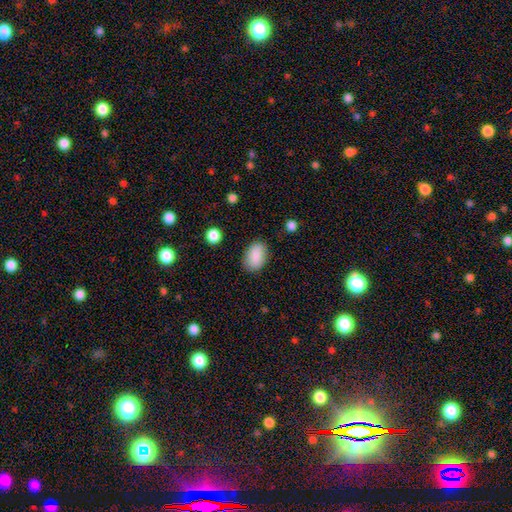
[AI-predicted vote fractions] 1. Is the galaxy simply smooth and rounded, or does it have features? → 88% smooth, 7% star or artifact, 5% featured or disk.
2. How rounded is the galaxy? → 89% in between, 10% round, 1% cigar-shaped.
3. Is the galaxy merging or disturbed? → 83% none, 12% minor disturbance, 3% major disturbance, 1% merger.